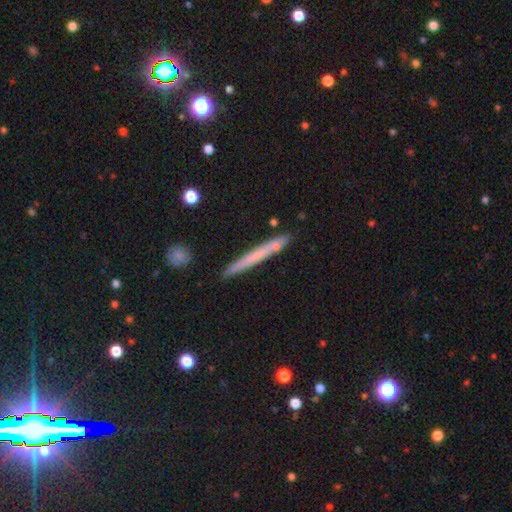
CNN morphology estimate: Smooth or featured? smooth (56%)
How rounded? cigar-shaped (97%)
Merging? none (85%)